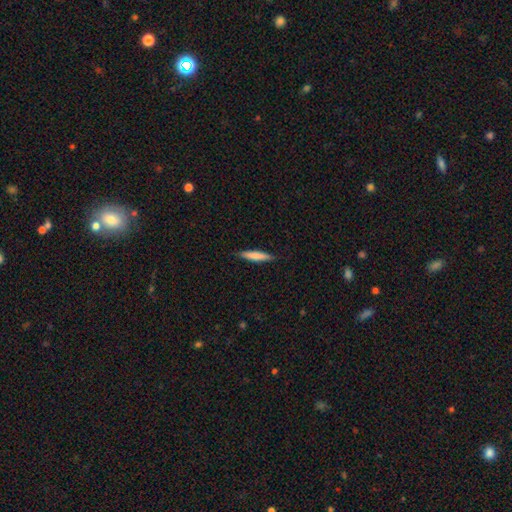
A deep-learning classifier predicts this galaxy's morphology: This is likely a smooth galaxy (78%). How rounded: clearly cigar-shaped (90%). Merging: clearly none (89%).